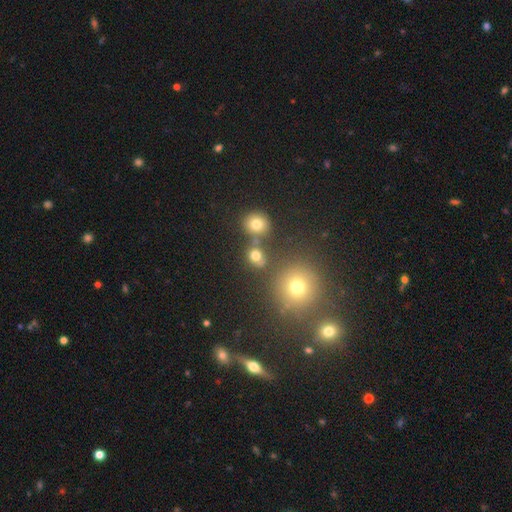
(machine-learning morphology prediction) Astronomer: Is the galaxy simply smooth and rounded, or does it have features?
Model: smooth — 74%.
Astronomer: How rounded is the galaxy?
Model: round — 77%.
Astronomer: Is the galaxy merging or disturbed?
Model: none — 68%.